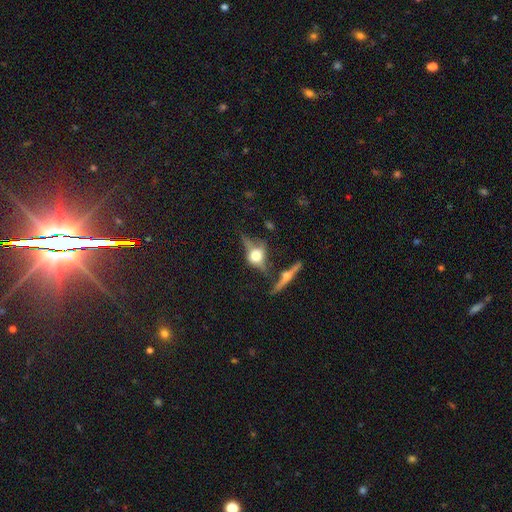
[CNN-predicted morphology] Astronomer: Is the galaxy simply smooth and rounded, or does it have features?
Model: featured or disk — 56%.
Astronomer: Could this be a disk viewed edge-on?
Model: yes — 81%.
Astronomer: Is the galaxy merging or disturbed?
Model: none — 52%.